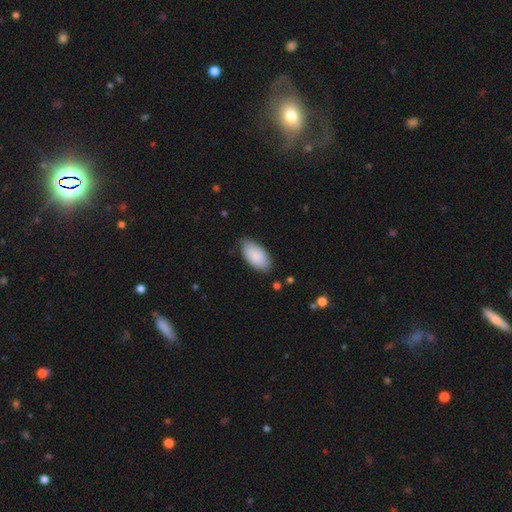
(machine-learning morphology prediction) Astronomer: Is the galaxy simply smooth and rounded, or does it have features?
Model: smooth — 87%.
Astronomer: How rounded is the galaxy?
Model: in between — 95%.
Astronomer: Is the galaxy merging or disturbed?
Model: none — 78%.